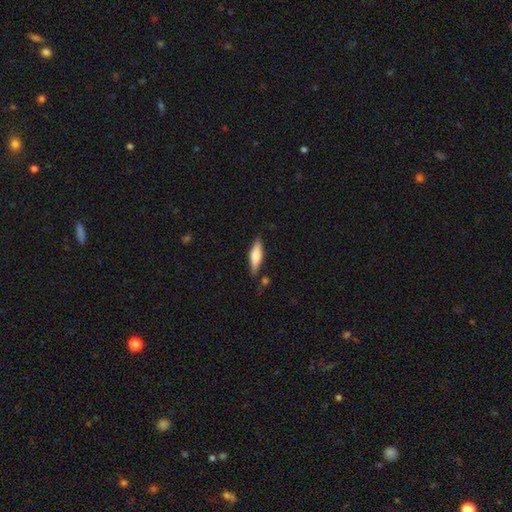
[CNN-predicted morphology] The model was most divided on "how rounded": cigar-shaped: 56%, in between: 42%, round: 2%. More confident: merging — none (76%); smooth or featured — smooth (62%).